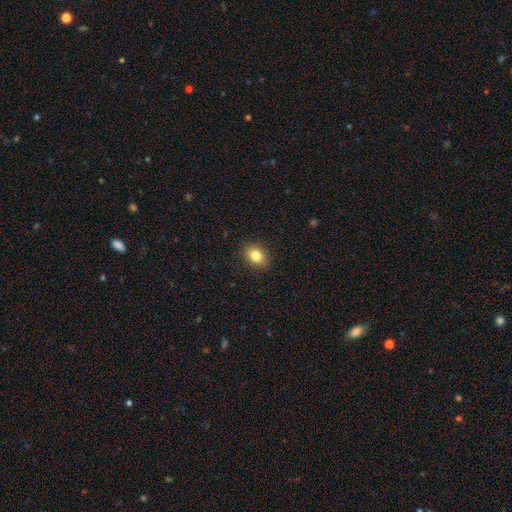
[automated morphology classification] Smooth or featured: smooth — 83% (star or artifact — 10%)
How rounded: in between — 61% (round — 38%)
Merging: none — 89% (minor disturbance — 8%)